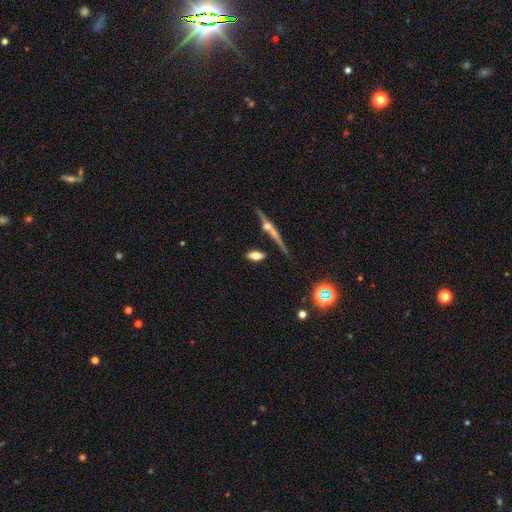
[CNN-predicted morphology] smooth_or_featured: smooth (p=0.66) [alt: featured or disk p=0.24]
how_rounded: in between (p=0.81) [alt: cigar-shaped p=0.14]
merging: none (p=0.72) [alt: minor disturbance p=0.13]